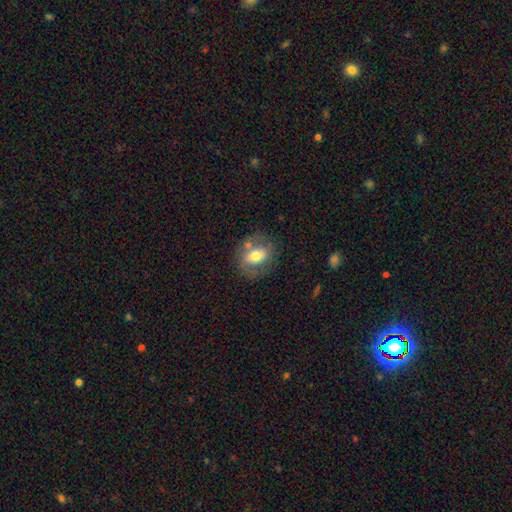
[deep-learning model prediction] Smooth or featured: smooth — 51% (featured or disk — 41%)
How rounded: in between — 57% (round — 41%)
Merging: none — 65% (minor disturbance — 18%)